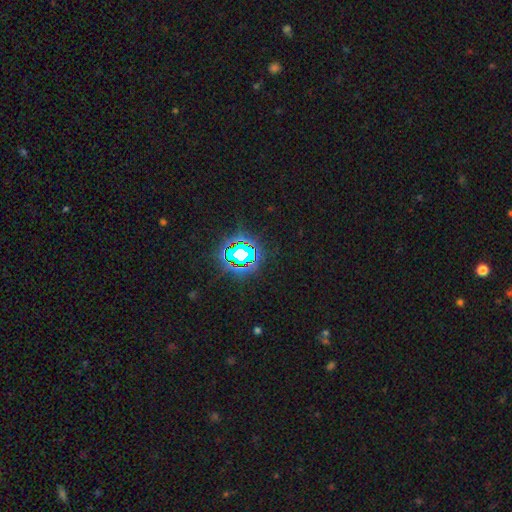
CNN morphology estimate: This appears to be a star or artifact, not a galaxy (79%).